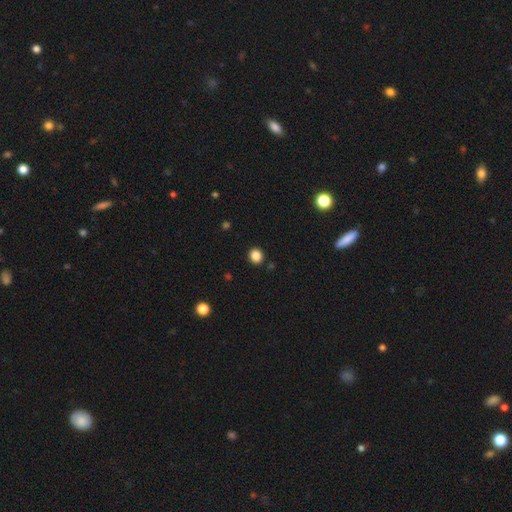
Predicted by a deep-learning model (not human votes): Smooth or featured: smooth — 85% (star or artifact — 11%)
How rounded: round — 81% (in between — 18%)
Merging: none — 91% (minor disturbance — 6%)